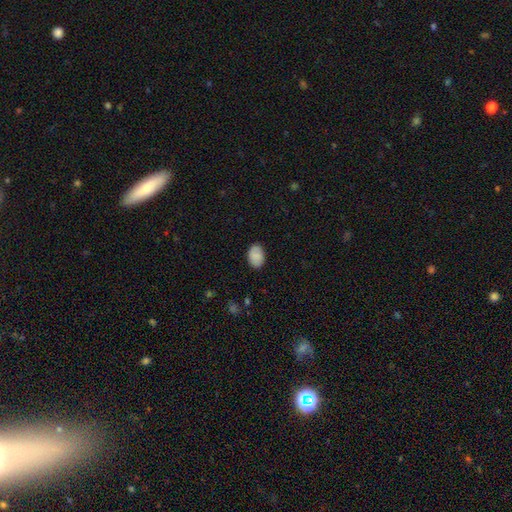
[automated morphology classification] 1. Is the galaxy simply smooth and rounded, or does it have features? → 87% smooth, 7% star or artifact, 6% featured or disk.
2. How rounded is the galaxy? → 86% in between, 13% round, 1% cigar-shaped.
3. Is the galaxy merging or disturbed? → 86% none, 11% minor disturbance, 2% major disturbance, 1% merger.